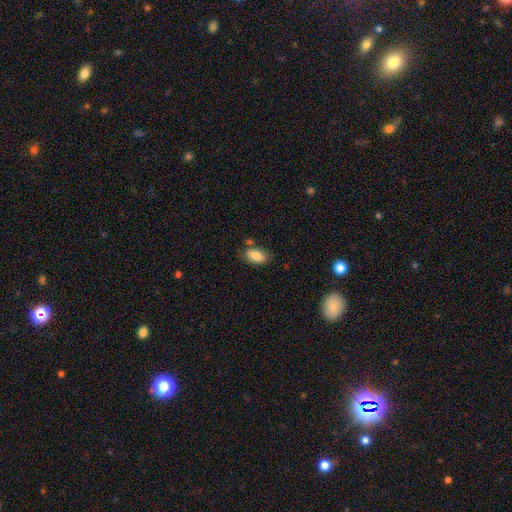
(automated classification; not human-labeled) Smooth or featured: smooth — 84% (featured or disk — 9%)
How rounded: in between — 92% (round — 5%)
Merging: none — 71% (minor disturbance — 17%)